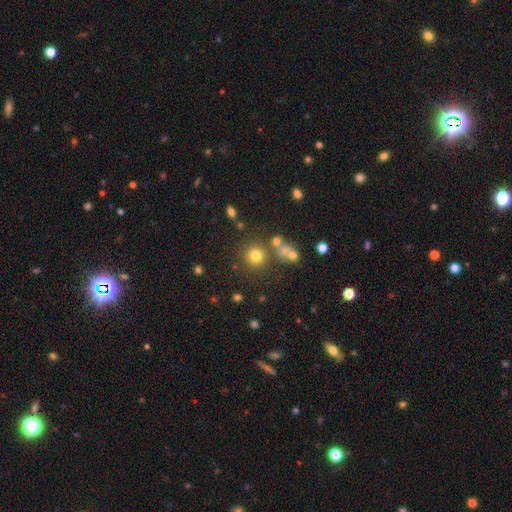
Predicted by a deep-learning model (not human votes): Smooth or featured? Predicted: smooth (p=0.75). How rounded? Predicted: round (p=0.91). Merging? Predicted: none (p=0.77).